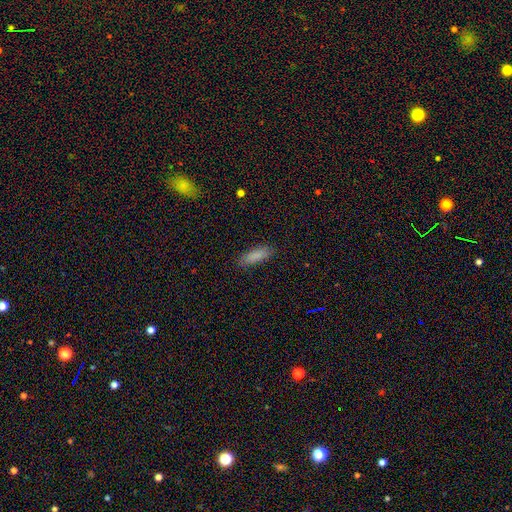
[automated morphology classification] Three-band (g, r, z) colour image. It shows a smooth galaxy with no disk features (85%) that is in between round and cigar-shaped (55%). Merging: none (82%).